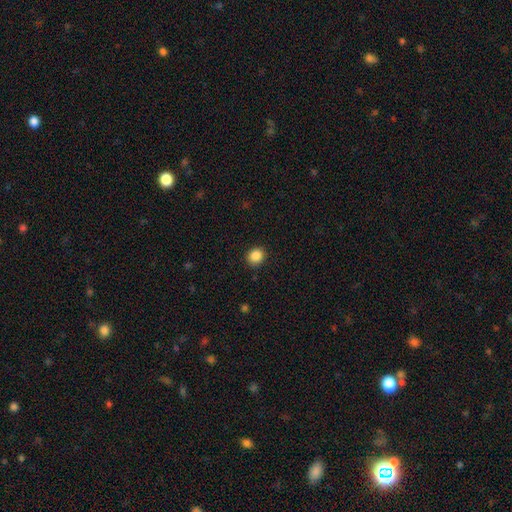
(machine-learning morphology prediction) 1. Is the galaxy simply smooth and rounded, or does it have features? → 87% smooth, 10% star or artifact, 3% featured or disk.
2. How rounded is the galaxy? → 79% round, 20% in between, 1% cigar-shaped.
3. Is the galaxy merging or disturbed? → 90% none, 7% minor disturbance, 2% major disturbance, 1% merger.